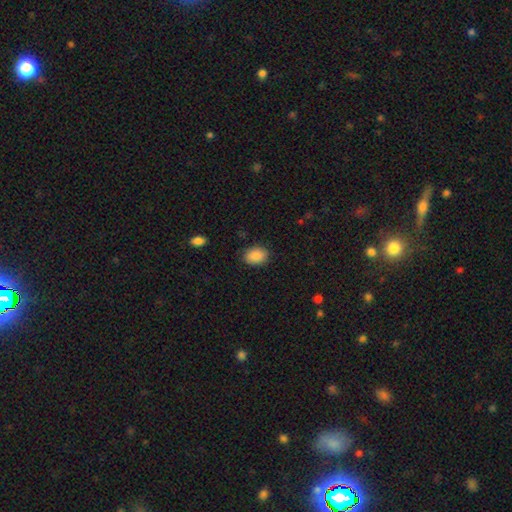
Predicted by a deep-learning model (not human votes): Smooth or featured?
  - smooth: 90% *
  - star or artifact: 8%
  - featured or disk: 3%
How rounded?
  - in between: 74% *
  - round: 25%
  - cigar-shaped: 1%
Merging?
  - none: 86% *
  - minor disturbance: 10%
  - major disturbance: 3%
  - merger: 1%